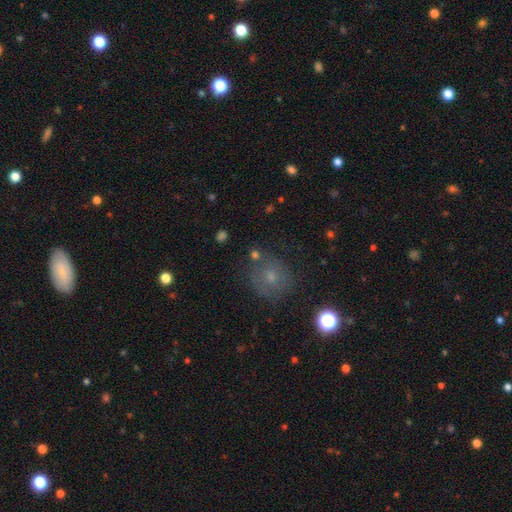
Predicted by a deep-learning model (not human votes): smooth 55%, star or artifact 22%, featured or disk 22%. Down the decision tree: how rounded — round (85%); merging — none (73%).